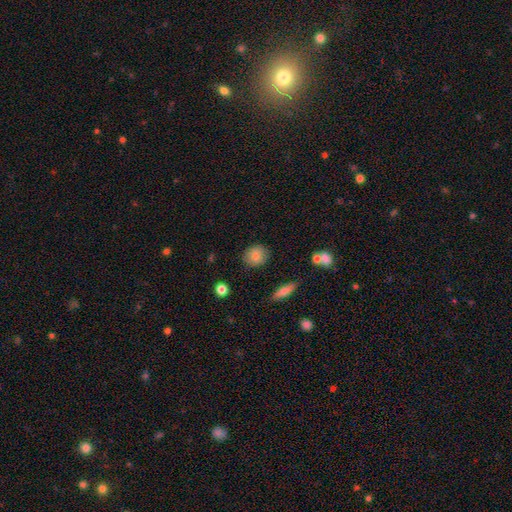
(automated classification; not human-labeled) This is clearly a smooth galaxy (81%). How rounded: likely round (75%). Merging: clearly none (87%).